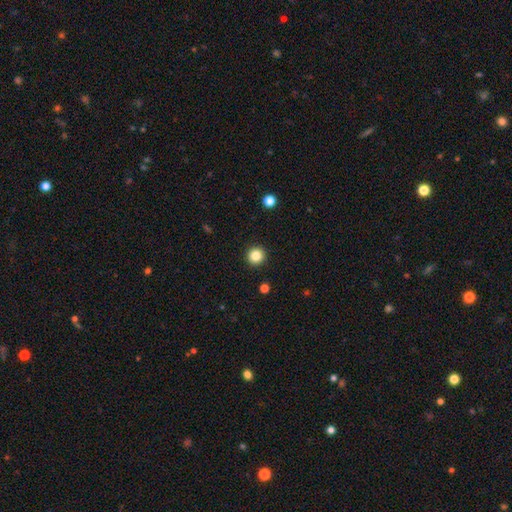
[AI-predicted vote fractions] This appears to be a smooth galaxy with no disk features (85%) that is round (95%). Merging: none (93%).